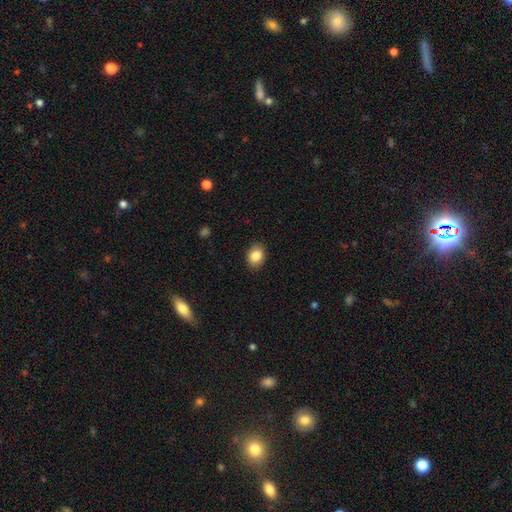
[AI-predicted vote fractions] Smooth or featured: smooth — 85% (star or artifact — 8%)
How rounded: in between — 68% (round — 31%)
Merging: none — 88% (minor disturbance — 9%)